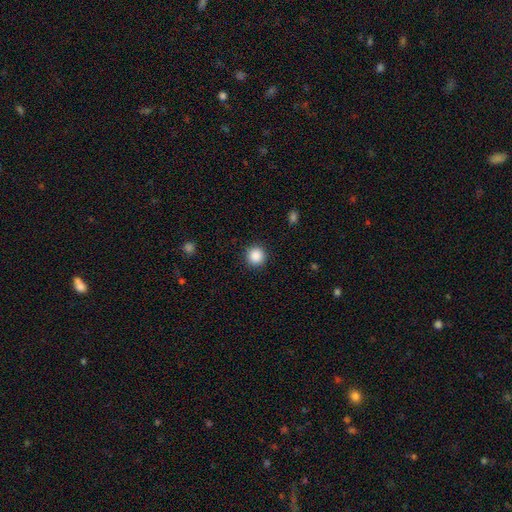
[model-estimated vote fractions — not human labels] This appears to be a smooth galaxy with no disk features (88%) that is round (95%). Merging: none (91%).